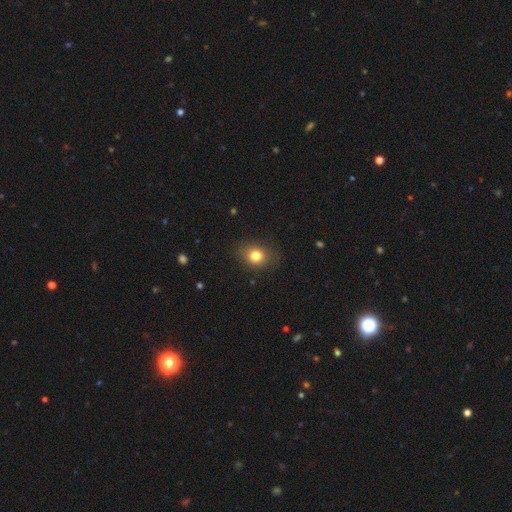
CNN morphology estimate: Q: Smooth or featured?
A: smooth (80%); runner-up: star or artifact (11%)
Q: How rounded?
A: round (54%); runner-up: in between (45%)
Q: Merging?
A: none (83%); runner-up: minor disturbance (12%)